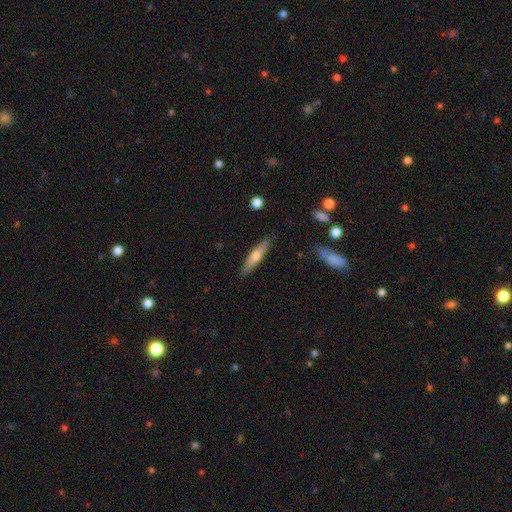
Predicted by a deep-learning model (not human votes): Q: Smooth or featured?
A: smooth (56%); runner-up: featured or disk (38%)
Q: How rounded?
A: cigar-shaped (80%); runner-up: in between (18%)
Q: Merging?
A: none (88%); runner-up: minor disturbance (9%)